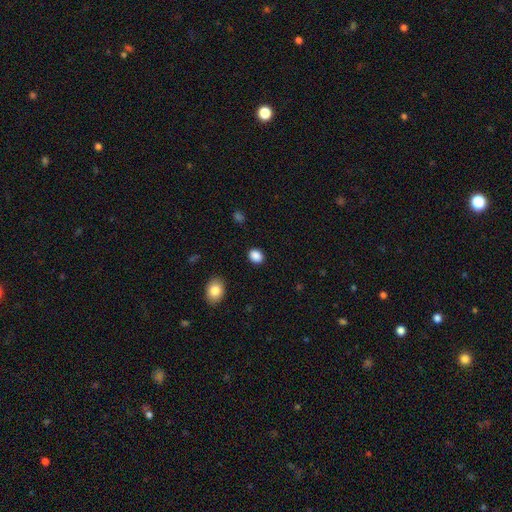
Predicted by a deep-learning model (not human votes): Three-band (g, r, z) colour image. It shows a smooth galaxy with no disk features (88%) that is in between round and cigar-shaped (53%). Merging: none (88%).